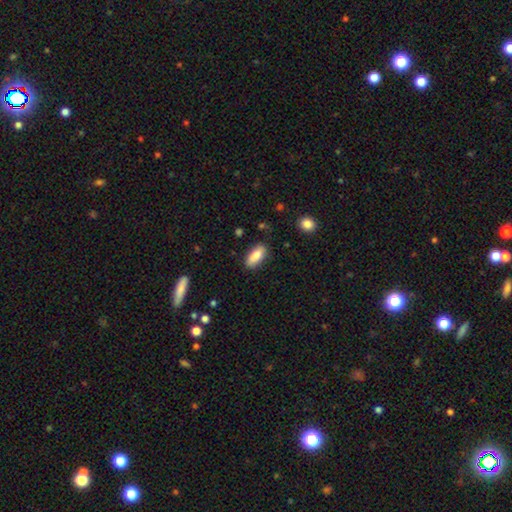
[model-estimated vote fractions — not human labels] Q: Smooth or featured?
A: smooth (84%); runner-up: featured or disk (9%)
Q: How rounded?
A: in between (80%); runner-up: cigar-shaped (17%)
Q: Merging?
A: none (83%); runner-up: minor disturbance (13%)